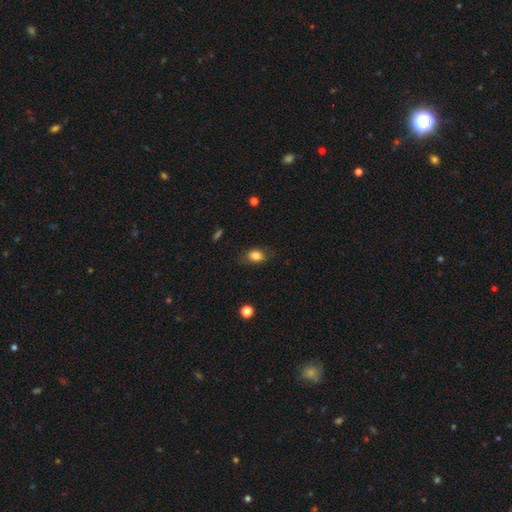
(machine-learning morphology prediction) Overall: smooth (83%). How rounded: in between (72%). Merging: none (77%).